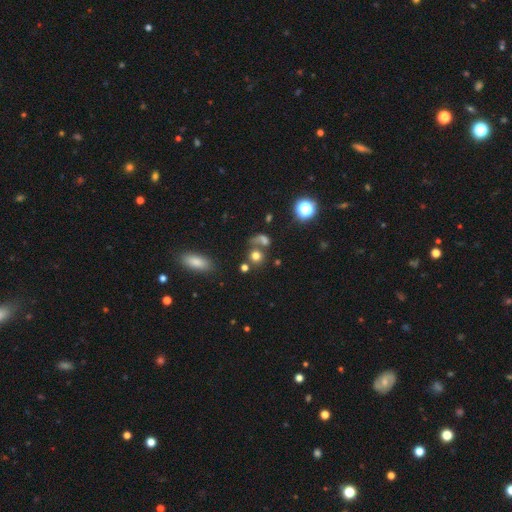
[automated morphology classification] Smooth or featured?
  - smooth: 70% *
  - star or artifact: 18%
  - featured or disk: 12%
How rounded?
  - round: 80% *
  - in between: 18%
  - cigar-shaped: 2%
Merging?
  - none: 50% *
  - merger: 32%
  - minor disturbance: 10%
  - major disturbance: 8%